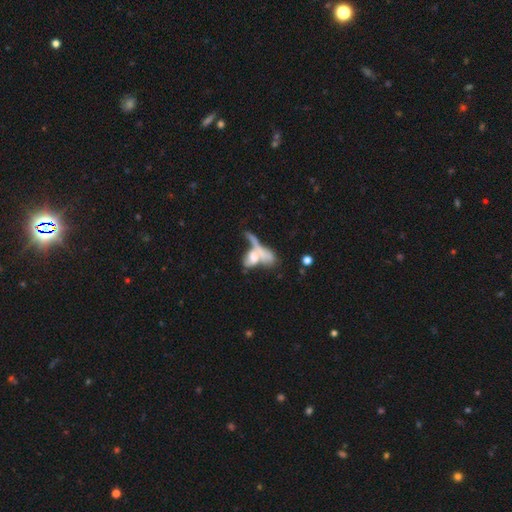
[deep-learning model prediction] smooth-or-featured: smooth: 50% | featured or disk: 39% | star or artifact: 11%
  merging: merger: 59% | none: 17% | major disturbance: 14% | minor disturbance: 9%